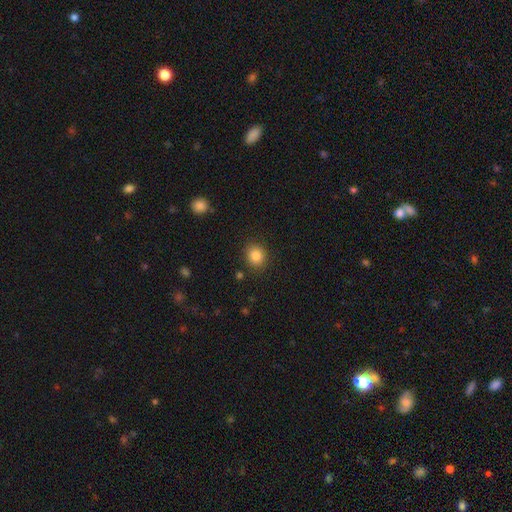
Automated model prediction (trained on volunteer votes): Smooth or featured: smooth — 86% (star or artifact — 10%)
How rounded: round — 78% (in between — 21%)
Merging: none — 87% (minor disturbance — 9%)